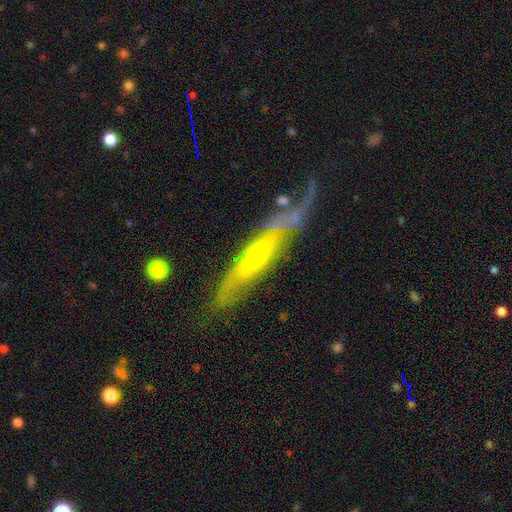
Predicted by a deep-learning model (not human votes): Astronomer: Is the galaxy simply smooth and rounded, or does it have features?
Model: featured or disk — 72%.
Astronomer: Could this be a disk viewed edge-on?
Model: yes — 56% (runner-up: no, 44%).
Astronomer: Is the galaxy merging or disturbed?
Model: none — 50%.